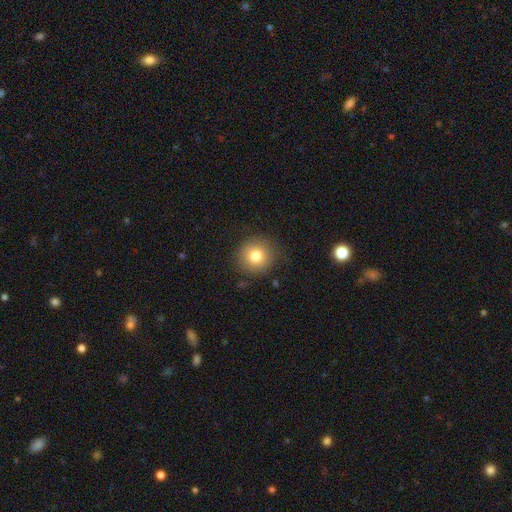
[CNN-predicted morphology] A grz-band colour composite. It shows a smooth galaxy with no disk features (79%) that is round (92%). Merging: none (87%).